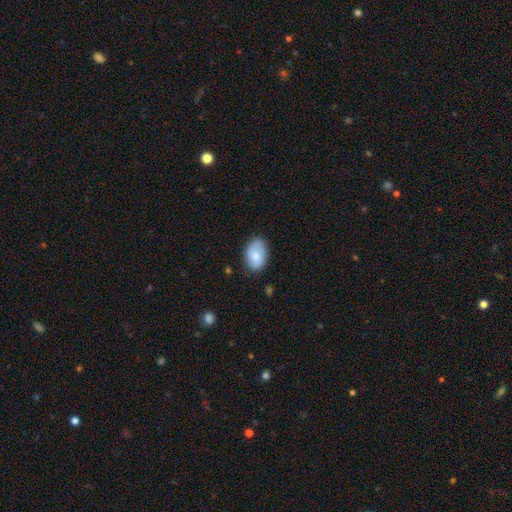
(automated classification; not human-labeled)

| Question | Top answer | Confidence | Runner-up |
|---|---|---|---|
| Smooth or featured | smooth | 77% | featured or disk (16%) |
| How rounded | in between | 89% | round (10%) |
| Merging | none | 76% | minor disturbance (19%) |